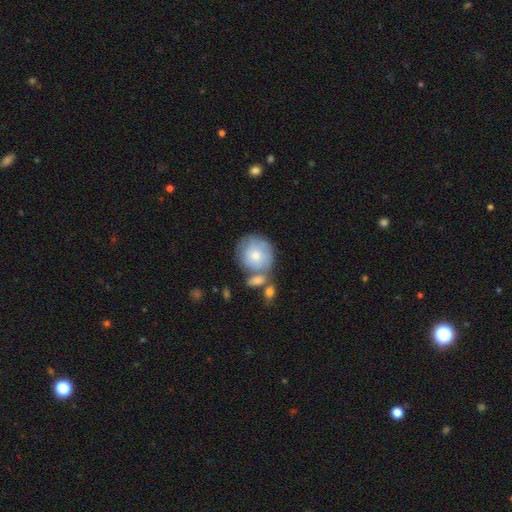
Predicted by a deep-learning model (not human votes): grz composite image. It shows a smooth galaxy with no disk features (67%) that is round (85%). Merging: none (50%).